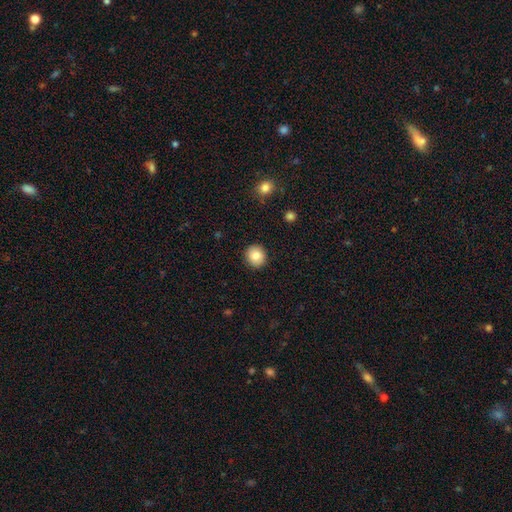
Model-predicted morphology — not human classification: Overall: smooth (85%). How rounded: round (88%). Merging: none (92%).